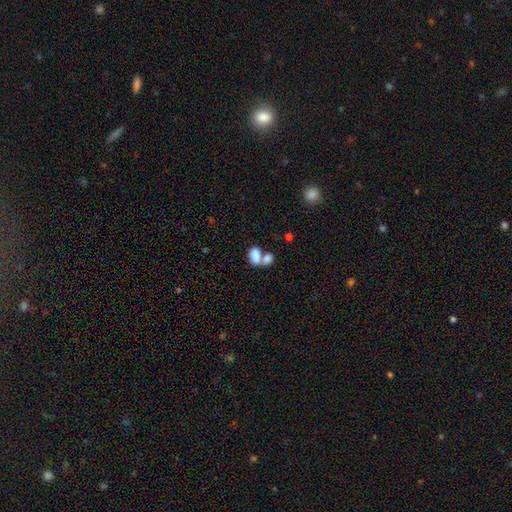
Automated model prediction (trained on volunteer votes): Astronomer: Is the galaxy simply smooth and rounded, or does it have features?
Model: smooth — 80%.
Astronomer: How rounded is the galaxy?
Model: in between — 86%.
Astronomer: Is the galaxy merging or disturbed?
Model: merger — 62%.